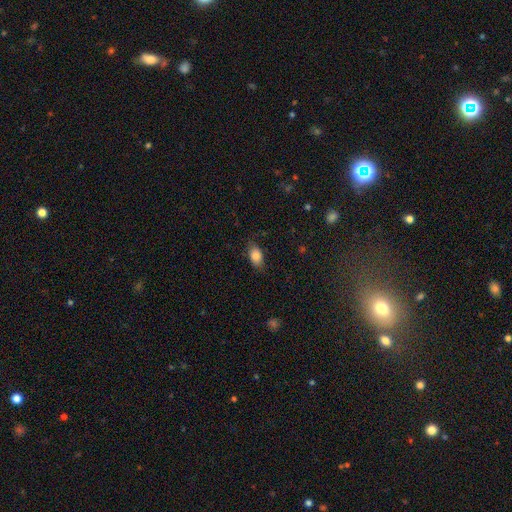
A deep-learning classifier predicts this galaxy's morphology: Smooth or featured? Predicted: smooth (p=0.85). How rounded? Predicted: in between (p=0.87). Merging? Predicted: none (p=0.77).